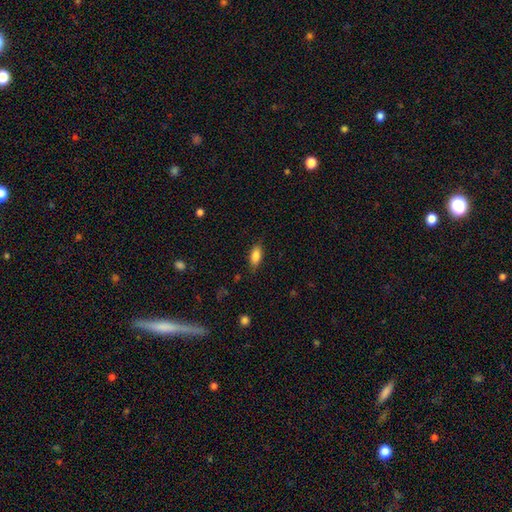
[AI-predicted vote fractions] Morphology: type=smooth (84%); roundness=in between (84%); merging=none (81%).